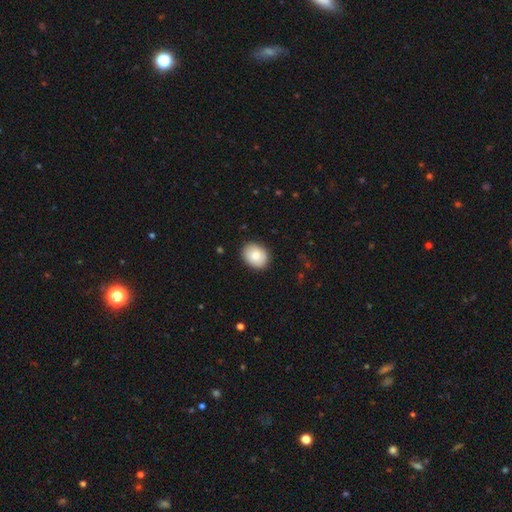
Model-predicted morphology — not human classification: Smooth or featured? smooth (83%)
How rounded? in between (55%)
Merging? none (87%)